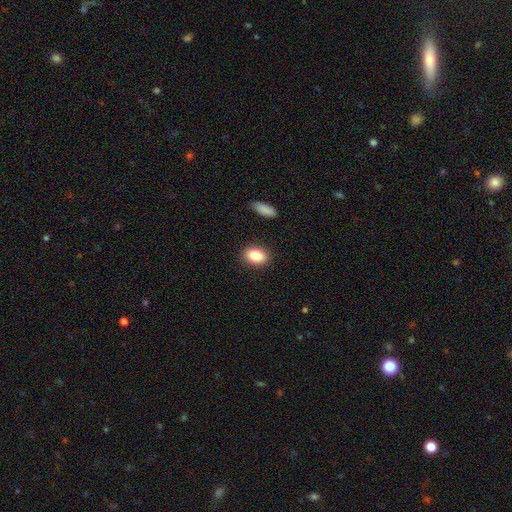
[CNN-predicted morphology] A smooth galaxy with no disk features (85%) that is in between round and cigar-shaped (79%).

Vote fractions:
- Smooth or featured? smooth: 85% / star or artifact: 8% / featured or disk: 7%
- How rounded? in between: 79% / round: 19% / cigar-shaped: 2%
- Merging? none: 87% / minor disturbance: 8% / major disturbance: 2% / merger: 2%